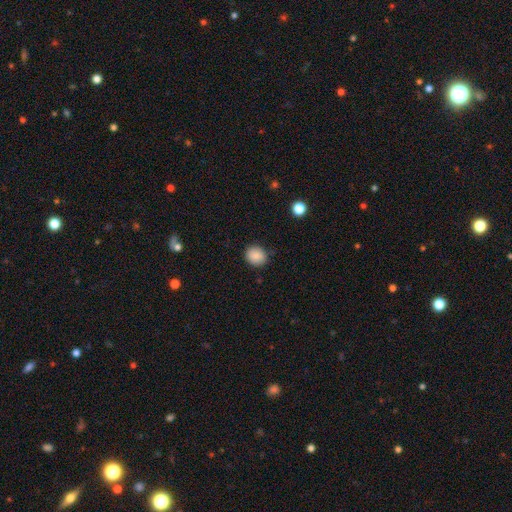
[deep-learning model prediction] A smooth galaxy with no disk features (86%) that is round (75%).

Vote fractions:
- Smooth or featured? smooth: 86% / star or artifact: 9% / featured or disk: 5%
- How rounded? round: 75% / in between: 24% / cigar-shaped: 1%
- Merging? none: 84% / minor disturbance: 12% / major disturbance: 3% / merger: 1%